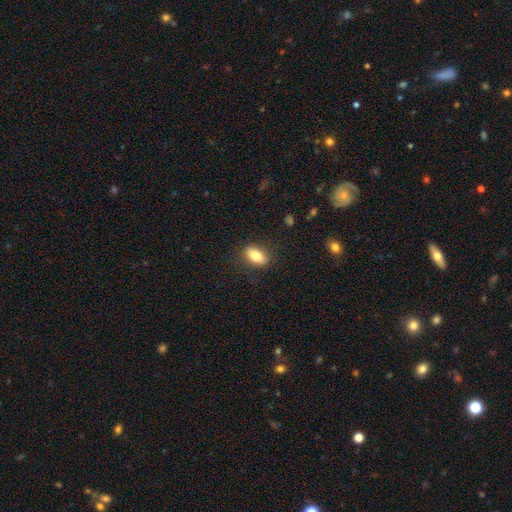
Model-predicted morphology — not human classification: Q: Smooth or featured?
A: smooth (81%); runner-up: featured or disk (12%)
Q: How rounded?
A: in between (88%); runner-up: round (6%)
Q: Merging?
A: none (85%); runner-up: minor disturbance (11%)